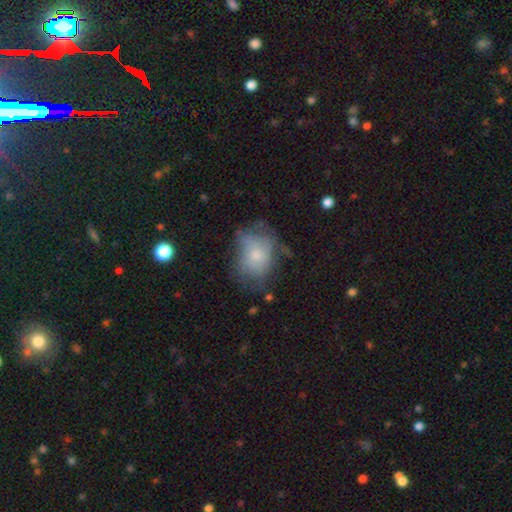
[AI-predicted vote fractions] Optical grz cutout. It shows a smooth galaxy with no disk features (61%) that is in between round and cigar-shaped (60%). Merging: none (41%).